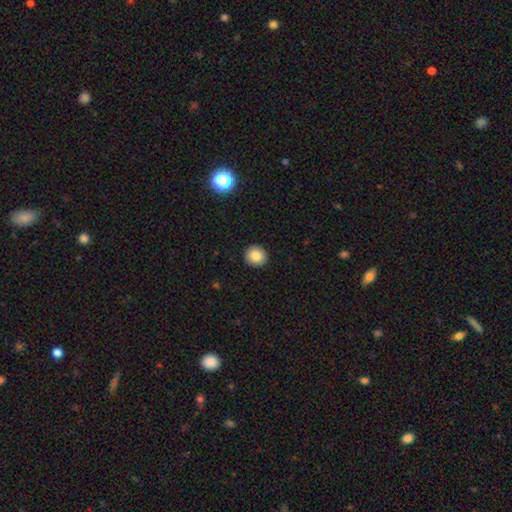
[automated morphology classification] Smooth or featured? Predicted: smooth (p=0.84). How rounded? Predicted: round (p=0.91). Merging? Predicted: none (p=0.93).